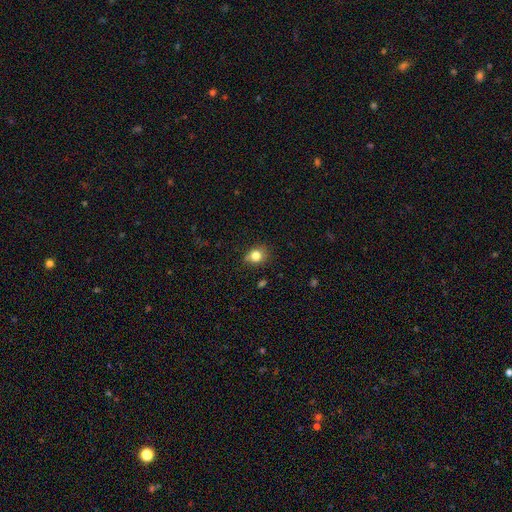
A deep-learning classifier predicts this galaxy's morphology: smooth-or-featured: smooth: 80% | star or artifact: 12% | featured or disk: 8%
  how-rounded: round: 72% | in between: 27% | cigar-shaped: 1%
  merging: none: 73% | minor disturbance: 18% | merger: 4% | major disturbance: 4%